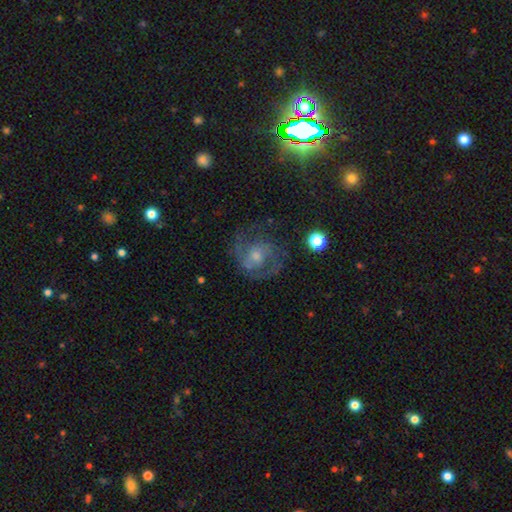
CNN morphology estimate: Smooth or featured: featured or disk — 75% (smooth — 14%)
Edge-on disk: no — 98% (yes — 2%)
Bar: no — 63% (weak — 31%)
Spiral arms: yes — 90% (no — 10%)
Spiral winding: medium — 49% (tight — 36%)
Spiral arm count: 2 — 63% (can't tell — 18%)
Bulge size: small — 49% (moderate — 41%)
Merging: none — 67% (minor disturbance — 17%)